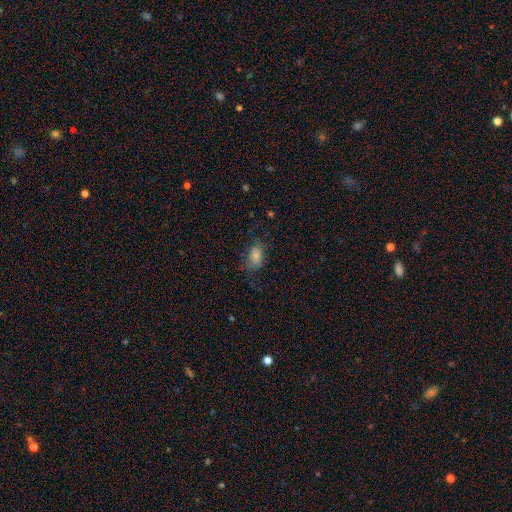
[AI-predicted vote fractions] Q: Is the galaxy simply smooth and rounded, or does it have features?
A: smooth — 78%.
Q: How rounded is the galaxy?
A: in between — 88%.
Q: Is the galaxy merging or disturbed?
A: none — 61%.